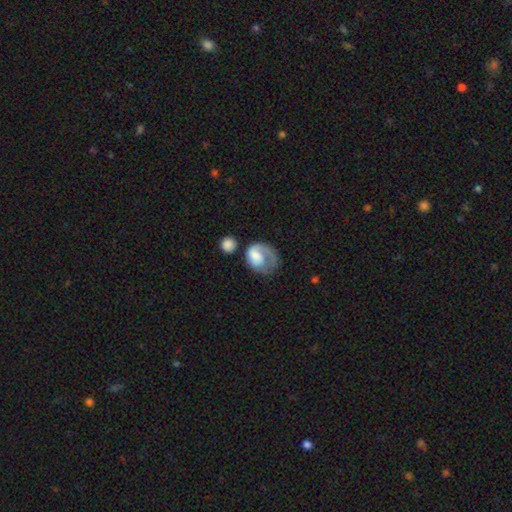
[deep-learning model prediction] Smooth or featured: smooth — 49% (featured or disk — 44%)
Merging: major disturbance — 37% (none — 34%)